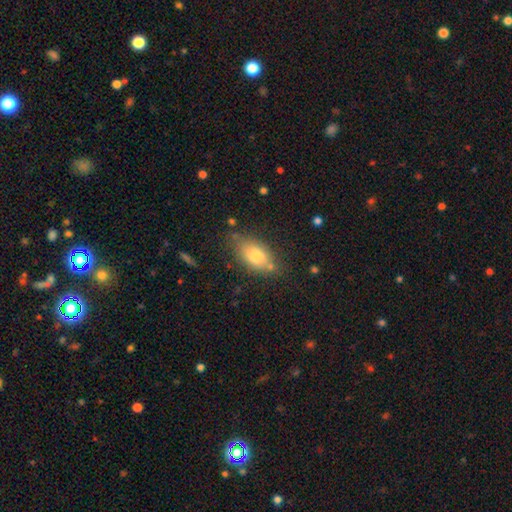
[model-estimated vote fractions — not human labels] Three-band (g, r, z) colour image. It shows a smooth galaxy with no disk features (77%) that is in between round and cigar-shaped (87%). Merging: none (71%).